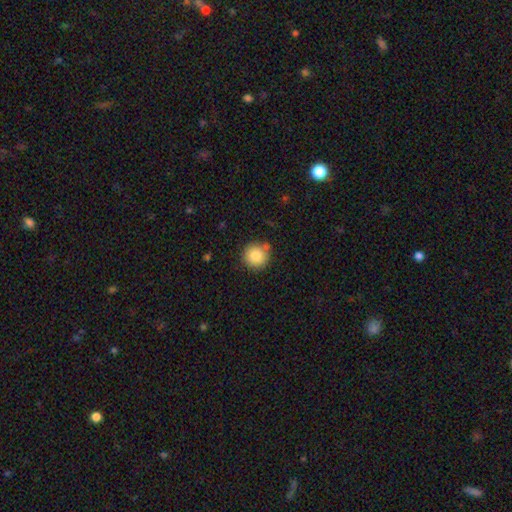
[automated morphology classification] smooth-or-featured: smooth: 84% | star or artifact: 9% | featured or disk: 7%
  how-rounded: round: 94% | in between: 5% | cigar-shaped: 1%
  merging: none: 76% | minor disturbance: 15% | merger: 5% | major disturbance: 3%